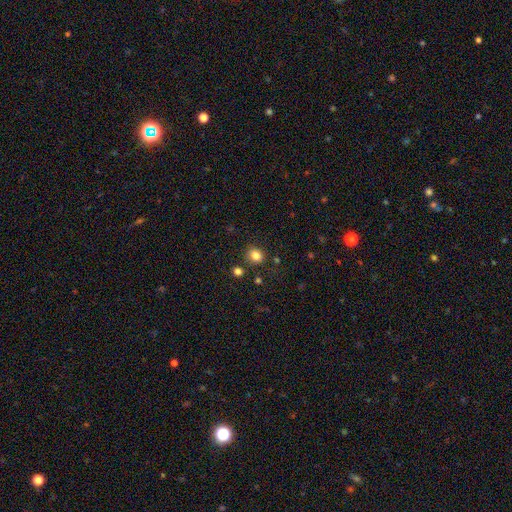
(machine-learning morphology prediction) A smooth galaxy with no disk features (83%) that is round (82%). Merging: none (84%).